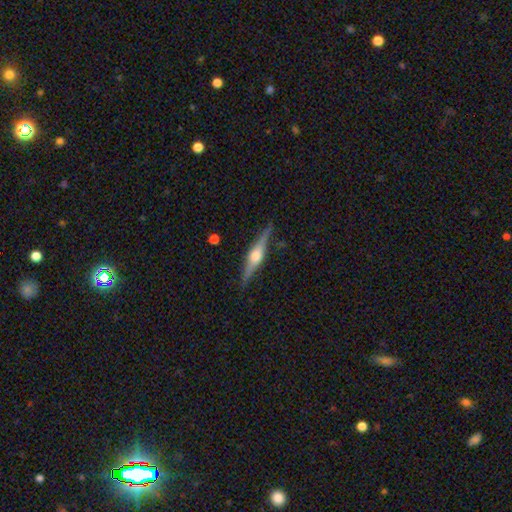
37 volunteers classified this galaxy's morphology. Overall: featured or disk (86%). Edge-on disk: yes (100%). Edge-on bulge: rounded (94%). Merging: none (84%).